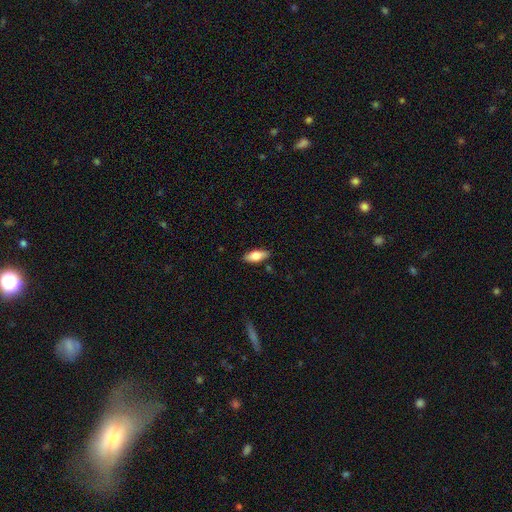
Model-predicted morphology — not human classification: Smooth or featured? smooth (72%)
How rounded? in between (78%)
Merging? none (86%)